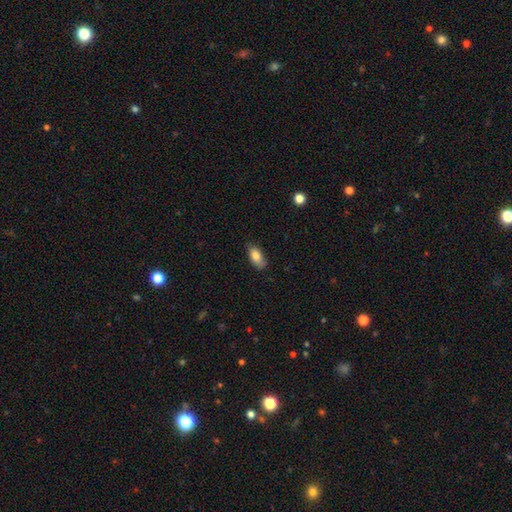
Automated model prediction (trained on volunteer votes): Smooth or featured?
  - smooth: 81% *
  - featured or disk: 12%
  - star or artifact: 7%
How rounded?
  - in between: 90% *
  - cigar-shaped: 6%
  - round: 4%
Merging?
  - none: 78% *
  - minor disturbance: 18%
  - major disturbance: 3%
  - merger: 1%